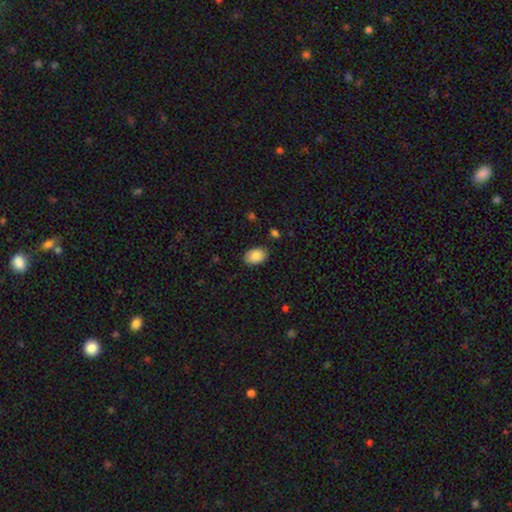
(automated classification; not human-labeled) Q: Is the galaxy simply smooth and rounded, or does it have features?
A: smooth — 87%.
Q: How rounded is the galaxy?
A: in between — 88%.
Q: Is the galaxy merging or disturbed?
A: none — 87%.